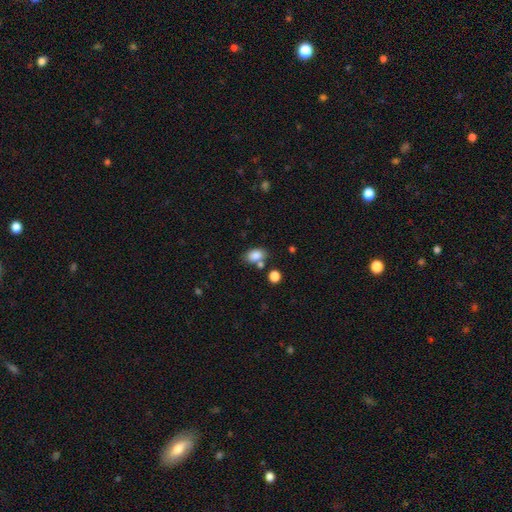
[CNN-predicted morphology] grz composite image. It shows a smooth galaxy with no disk features (84%) that is in between round and cigar-shaped (86%). Merging: none (67%).